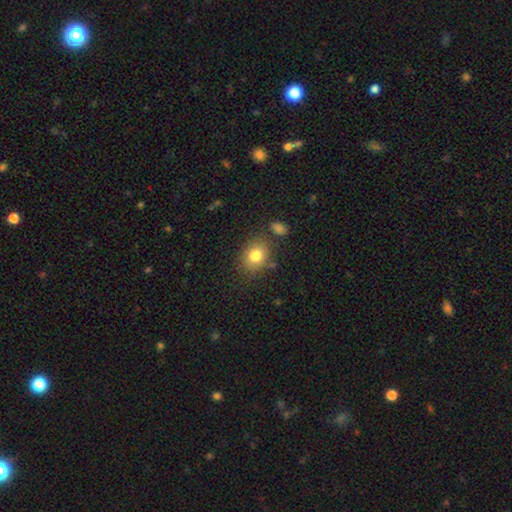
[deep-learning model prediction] The model was most divided on "how rounded": round: 55%, in between: 44%, cigar-shaped: 1%. More confident: smooth or featured — smooth (80%); merging — none (78%).